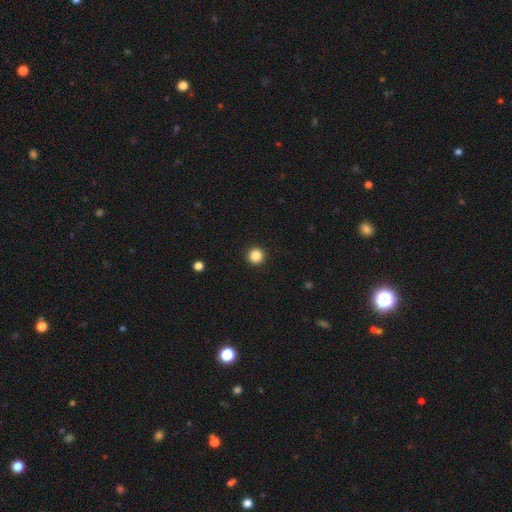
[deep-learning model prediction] Smooth or featured? smooth (87%)
How rounded? round (96%)
Merging? none (93%)